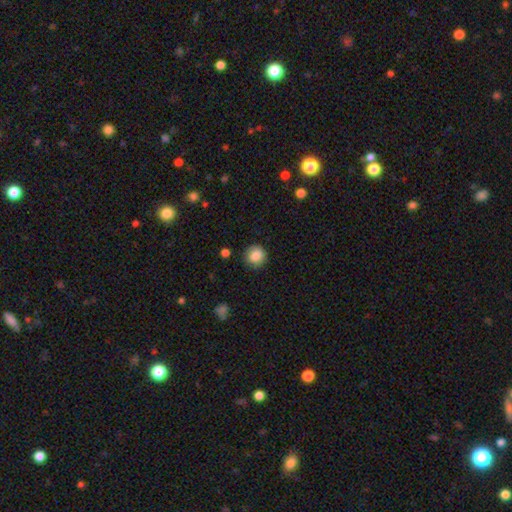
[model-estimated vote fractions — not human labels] smooth 87%, star or artifact 9%, featured or disk 4%. Down the decision tree: how rounded — round (88%); merging — none (84%).